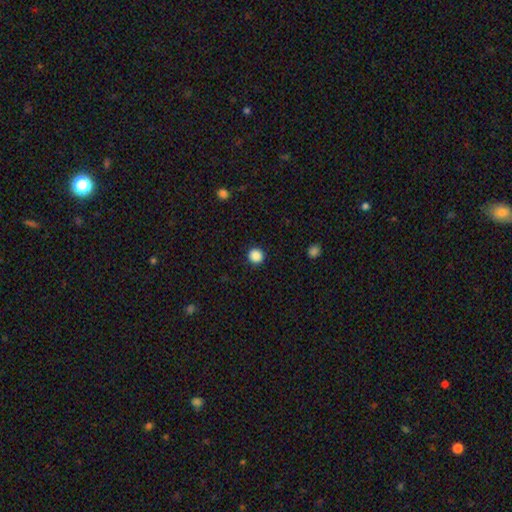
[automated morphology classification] Smooth or featured? smooth (88%)
How rounded? round (93%)
Merging? none (92%)